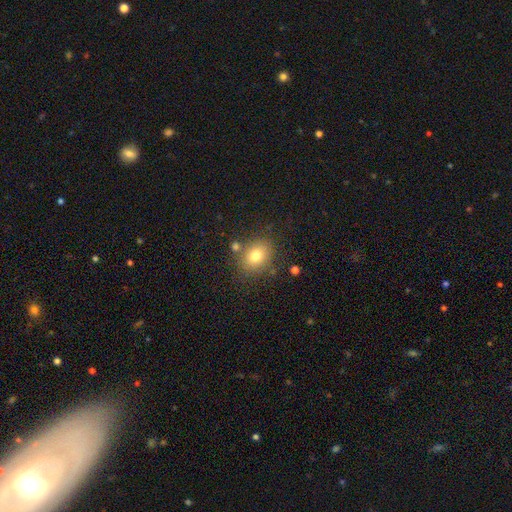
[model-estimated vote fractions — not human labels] The model was most divided on "how rounded": in between: 57%, round: 42%, cigar-shaped: 1%. More confident: smooth or featured — smooth (77%); merging — none (77%).